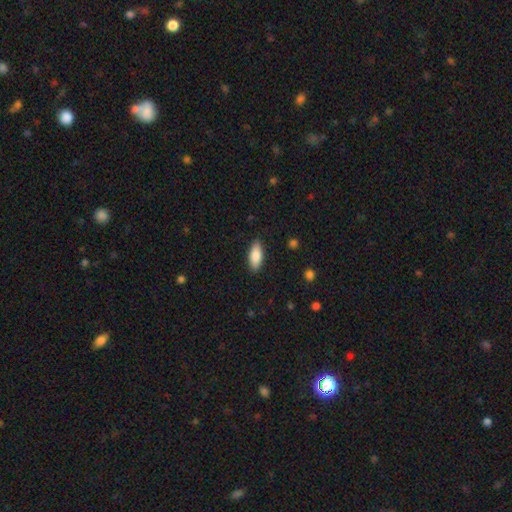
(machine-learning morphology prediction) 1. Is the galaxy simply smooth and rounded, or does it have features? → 85% smooth, 9% featured or disk, 6% star or artifact.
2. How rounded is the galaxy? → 79% in between, 19% cigar-shaped, 2% round.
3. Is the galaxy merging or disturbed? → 88% none, 9% minor disturbance, 2% major disturbance, 1% merger.